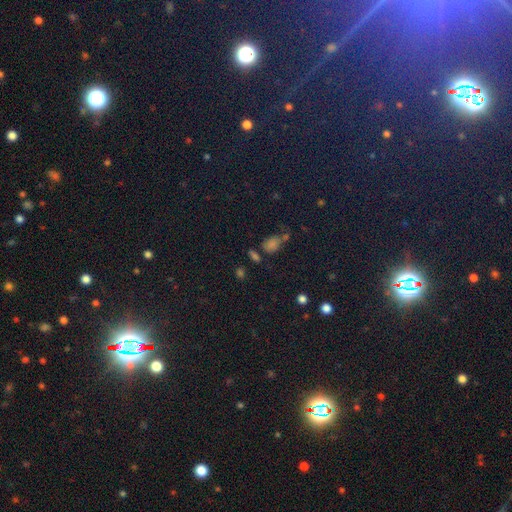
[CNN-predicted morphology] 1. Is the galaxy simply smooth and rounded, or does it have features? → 71% star or artifact, 19% smooth, 10% featured or disk.